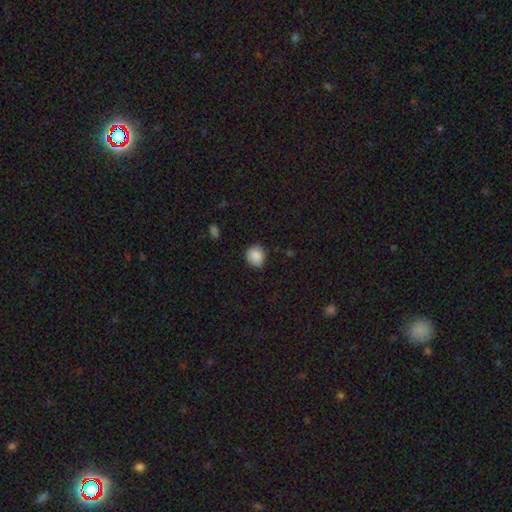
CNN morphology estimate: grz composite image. It shows a smooth galaxy with no disk features (87%) that is round (82%). Merging: none (80%).